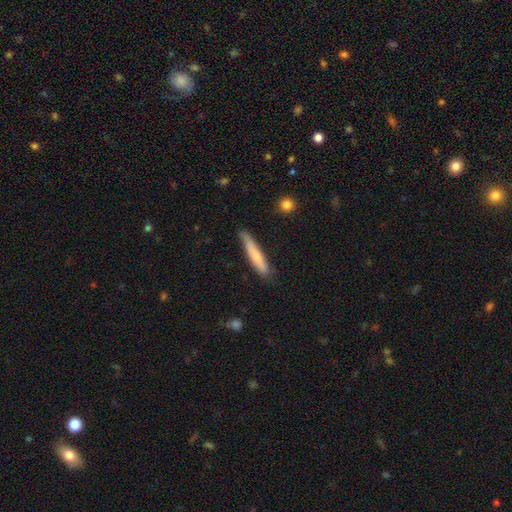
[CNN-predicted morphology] Smooth or featured: smooth — 68% (featured or disk — 26%)
How rounded: cigar-shaped — 92% (in between — 6%)
Merging: none — 76% (minor disturbance — 19%)